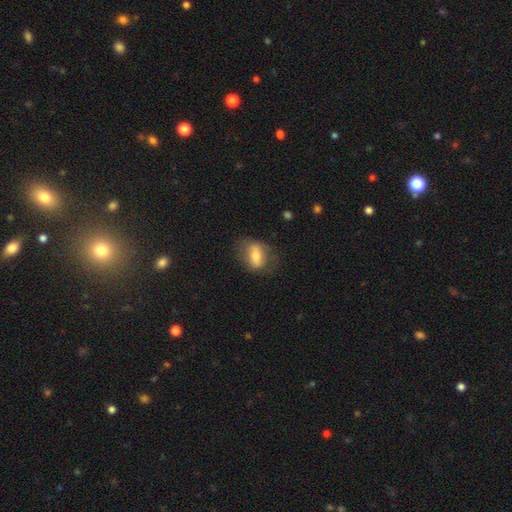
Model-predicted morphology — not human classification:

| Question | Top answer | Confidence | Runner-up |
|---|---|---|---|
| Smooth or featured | smooth | 58% | featured or disk (35%) |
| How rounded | in between | 77% | round (18%) |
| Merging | none | 66% | minor disturbance (21%) |